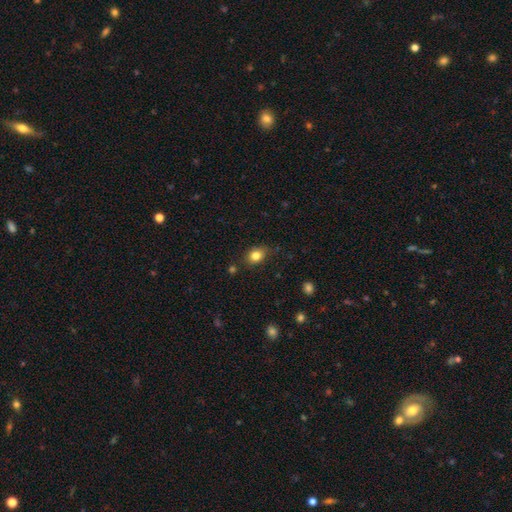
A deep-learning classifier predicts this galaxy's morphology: smooth_or_featured: smooth (p=0.82) [alt: star or artifact p=0.10]
how_rounded: in between (p=0.57) [alt: round p=0.41]
merging: none (p=0.74) [alt: minor disturbance p=0.19]